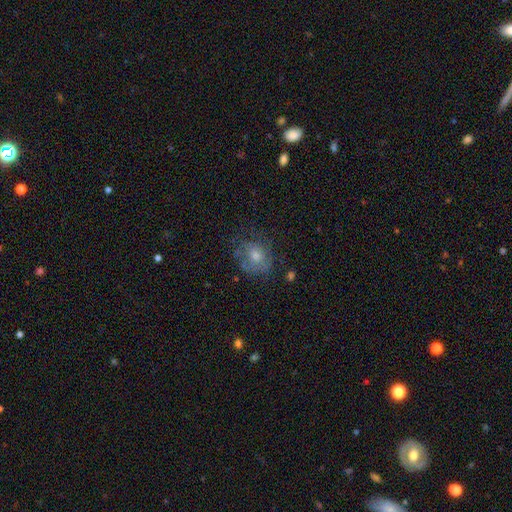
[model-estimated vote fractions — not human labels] The model was most divided on "smooth or featured": featured or disk: 43%, smooth: 42%, star or artifact: 15%. More confident: merging — none (64%).